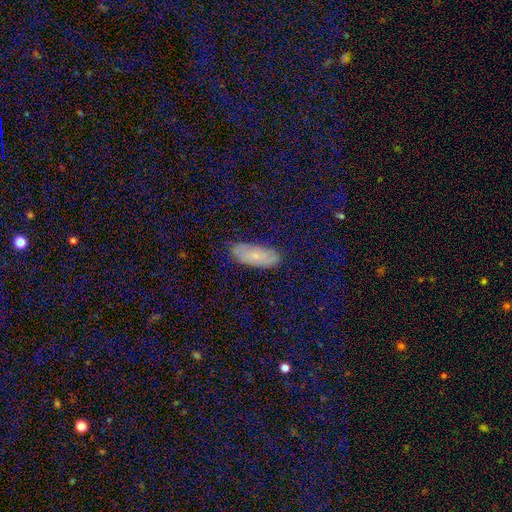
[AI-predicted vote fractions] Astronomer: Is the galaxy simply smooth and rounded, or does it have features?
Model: smooth — 57%.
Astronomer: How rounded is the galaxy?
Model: in between — 79%.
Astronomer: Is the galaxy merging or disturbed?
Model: none — 82%.